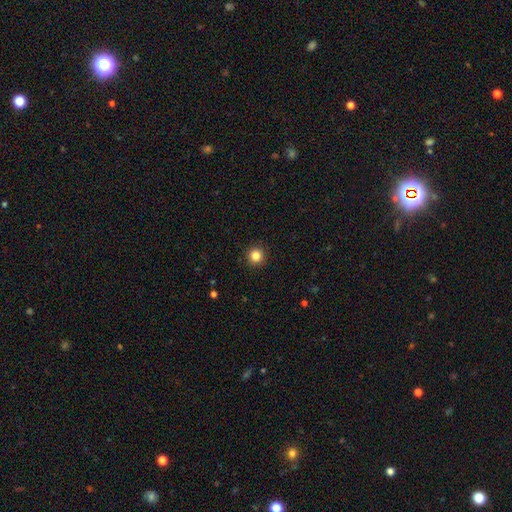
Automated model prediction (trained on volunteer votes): Morphology: type=smooth (84%); roundness=round (95%); merging=none (93%).